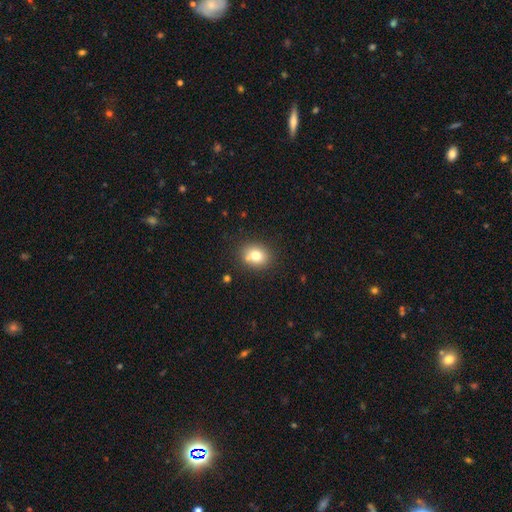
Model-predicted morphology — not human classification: smooth_or_featured: smooth (p=0.76) [alt: featured or disk p=0.12]
how_rounded: round (p=0.59) [alt: in between p=0.41]
merging: none (p=0.77) [alt: minor disturbance p=0.13]